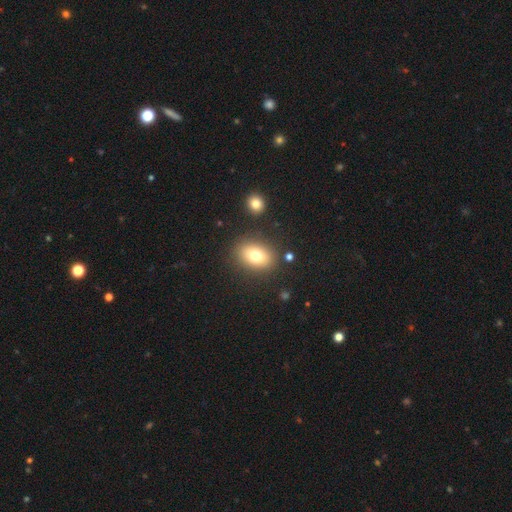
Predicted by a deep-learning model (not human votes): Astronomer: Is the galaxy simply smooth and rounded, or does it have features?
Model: smooth — 77%.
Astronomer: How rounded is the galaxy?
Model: in between — 76%.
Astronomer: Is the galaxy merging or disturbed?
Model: none — 84%.